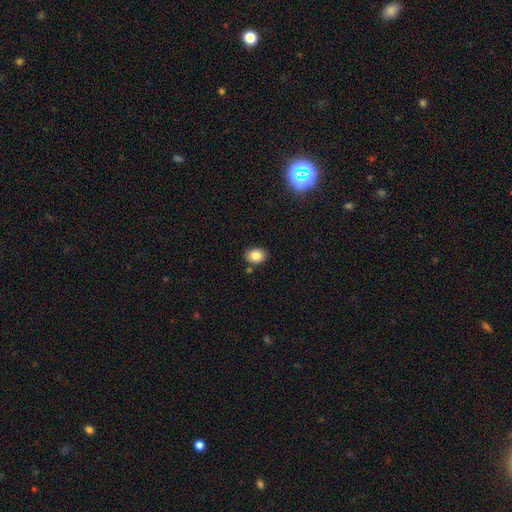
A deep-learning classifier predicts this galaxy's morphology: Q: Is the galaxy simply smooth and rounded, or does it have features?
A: smooth — 85%.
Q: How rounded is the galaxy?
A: in between — 57%.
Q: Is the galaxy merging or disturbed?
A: none — 83%.